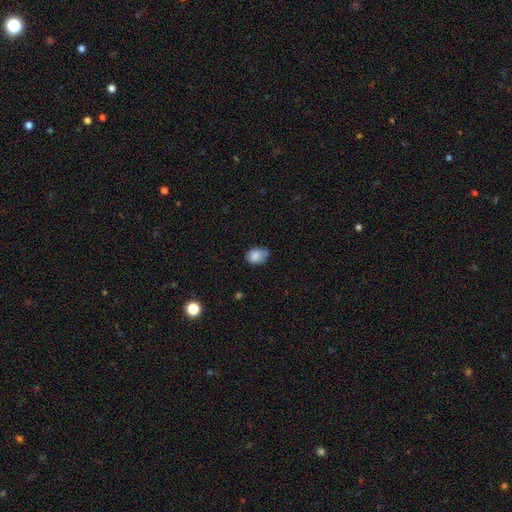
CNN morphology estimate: Smooth or featured? Predicted: smooth (p=0.82). How rounded? Predicted: in between (p=0.73). Merging? Predicted: none (p=0.50).